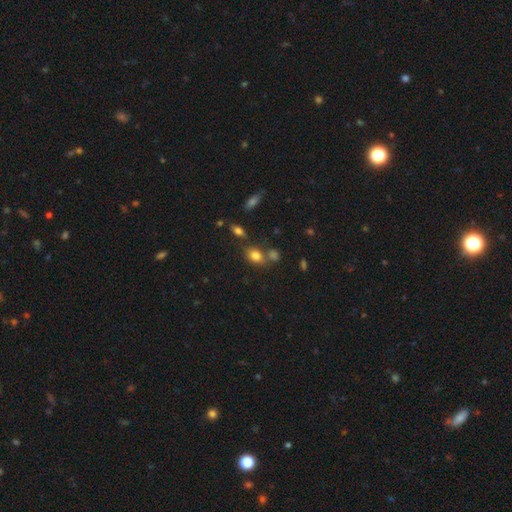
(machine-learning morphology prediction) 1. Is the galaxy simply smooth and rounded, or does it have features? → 80% smooth, 12% star or artifact, 8% featured or disk.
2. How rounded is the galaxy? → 65% in between, 33% round, 2% cigar-shaped.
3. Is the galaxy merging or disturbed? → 59% none, 21% merger, 15% minor disturbance, 5% major disturbance.